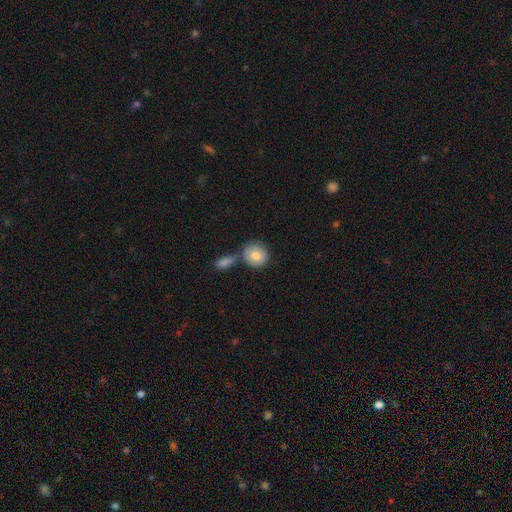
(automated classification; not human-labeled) Smooth or featured?
  - smooth: 80% *
  - featured or disk: 13%
  - star or artifact: 7%
How rounded?
  - round: 82% *
  - in between: 16%
  - cigar-shaped: 1%
Merging?
  - none: 61% *
  - merger: 24%
  - minor disturbance: 11%
  - major disturbance: 4%